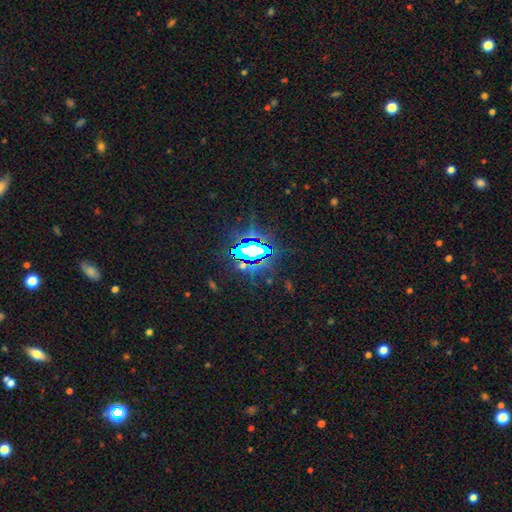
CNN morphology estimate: Smooth or featured? Predicted: star or artifact (p=0.72).